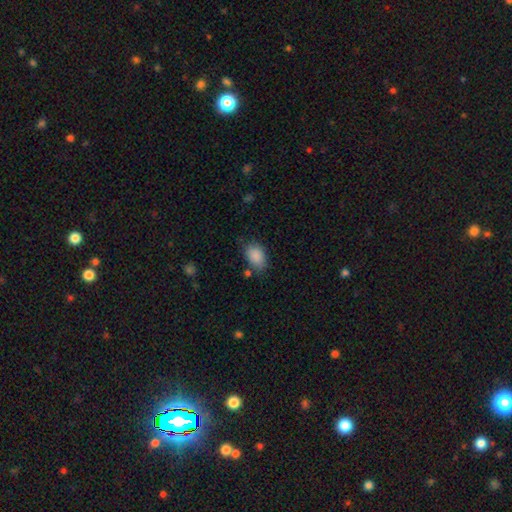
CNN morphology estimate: smooth-or-featured: smooth: 88% | star or artifact: 8% | featured or disk: 4%
  how-rounded: in between: 84% | round: 15% | cigar-shaped: 1%
  merging: none: 70% | minor disturbance: 21% | major disturbance: 5% | merger: 4%